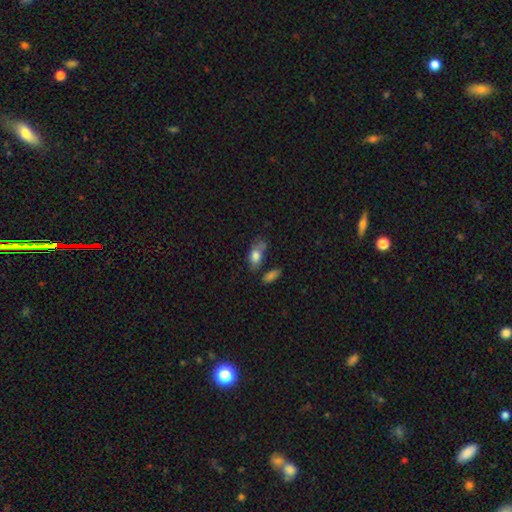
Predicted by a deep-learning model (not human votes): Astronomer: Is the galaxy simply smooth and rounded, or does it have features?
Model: smooth — 77%.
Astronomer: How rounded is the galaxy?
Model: in between — 85%.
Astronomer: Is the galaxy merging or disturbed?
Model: none — 44% (runner-up: minor disturbance, 29%).